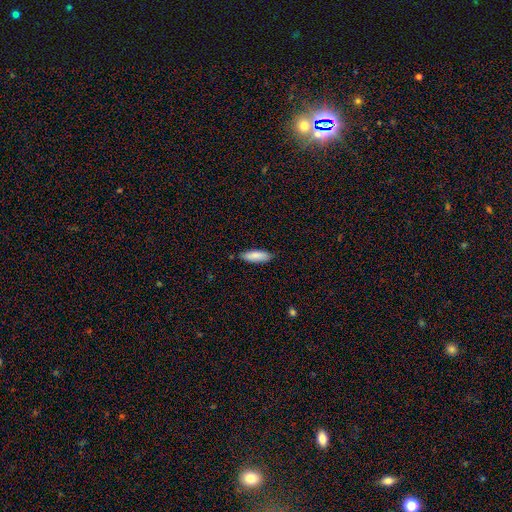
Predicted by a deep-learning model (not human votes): A smooth galaxy with no disk features (86%) that is in between round and cigar-shaped (51%).

Vote fractions:
- Smooth or featured? smooth: 86% / featured or disk: 8% / star or artifact: 6%
- How rounded? in between: 51% / cigar-shaped: 48% / round: 1%
- Merging? none: 83% / minor disturbance: 13% / major disturbance: 2% / merger: 1%